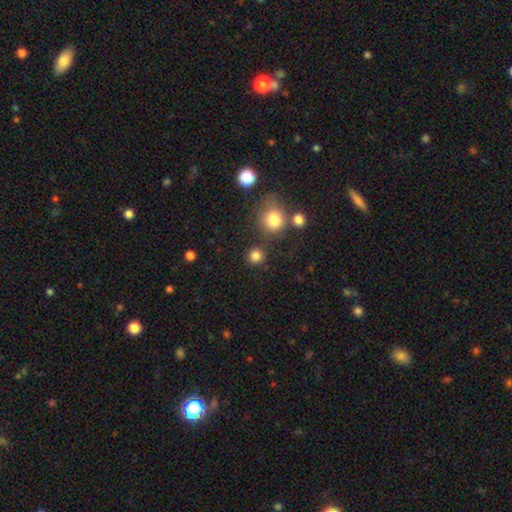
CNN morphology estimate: smooth-or-featured: smooth: 82% | star or artifact: 13% | featured or disk: 5%
  how-rounded: round: 92% | in between: 7% | cigar-shaped: 1%
  merging: none: 83% | minor disturbance: 7% | merger: 7% | major disturbance: 3%